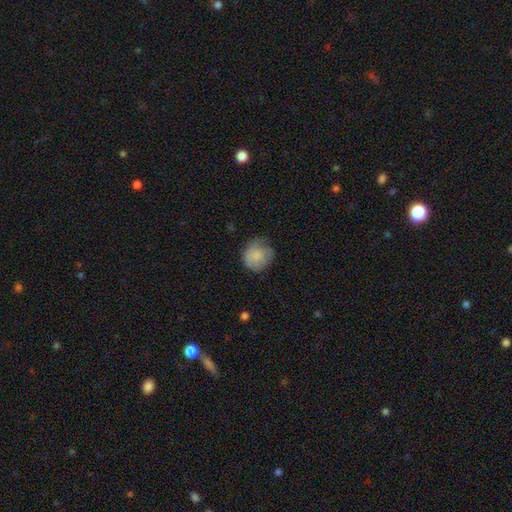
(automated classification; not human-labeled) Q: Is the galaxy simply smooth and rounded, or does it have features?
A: smooth — 80%.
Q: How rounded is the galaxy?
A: round — 83%.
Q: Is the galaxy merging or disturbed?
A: none — 58%.